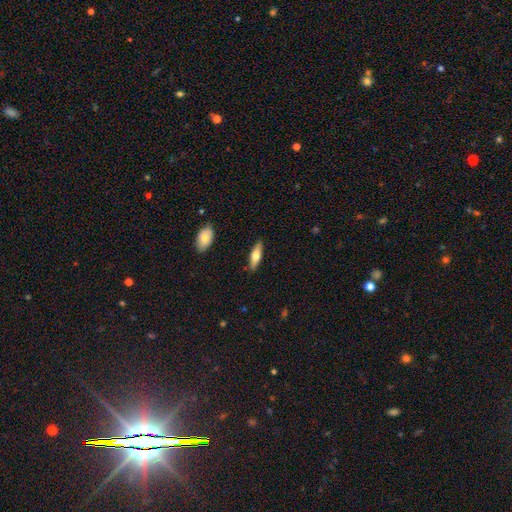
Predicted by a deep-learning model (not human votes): Smooth or featured: smooth — 59% (featured or disk — 36%)
How rounded: cigar-shaped — 54% (in between — 43%)
Merging: none — 88% (minor disturbance — 9%)